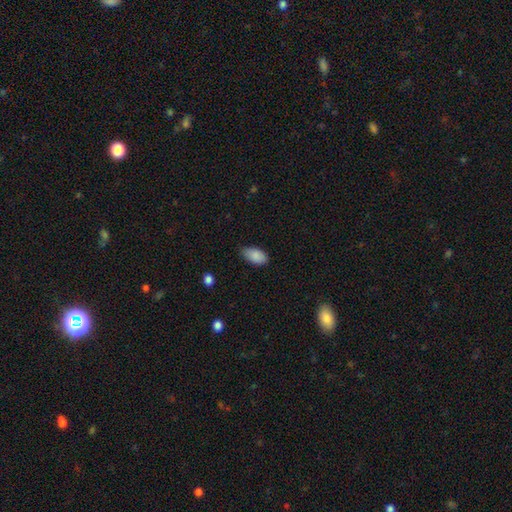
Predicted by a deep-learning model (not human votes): Smooth or featured? Predicted: smooth (p=0.88). How rounded? Predicted: in between (p=0.94). Merging? Predicted: none (p=0.71).